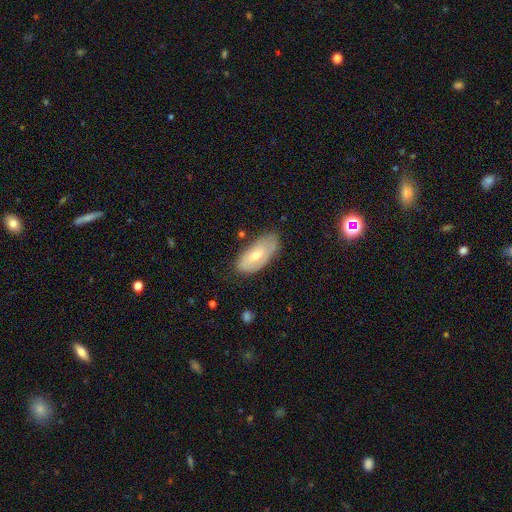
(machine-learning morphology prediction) Overall: smooth (52%; featured or disk 40%). How rounded: in between (87%). Merging: none (67%).